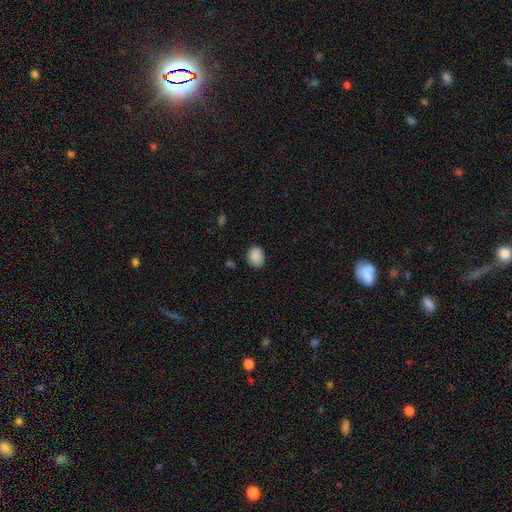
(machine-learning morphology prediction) A smooth galaxy with no disk features (88%) that is in between round and cigar-shaped (55%).

Vote fractions:
- Smooth or featured? smooth: 88% / star or artifact: 8% / featured or disk: 4%
- How rounded? in between: 55% / round: 44% / cigar-shaped: 1%
- Merging? none: 82% / minor disturbance: 14% / major disturbance: 3% / merger: 1%